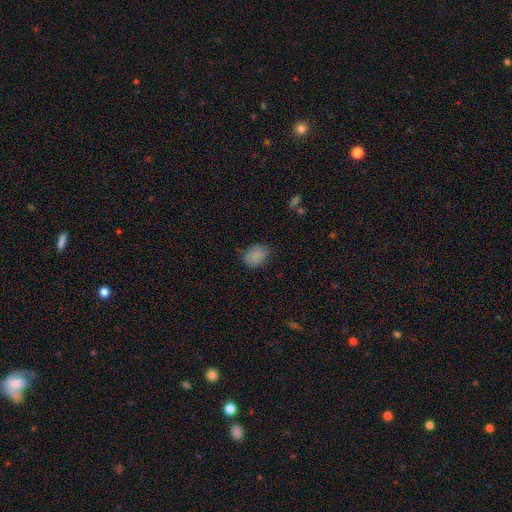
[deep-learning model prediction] A smooth galaxy with no disk features (83%) that is in between round and cigar-shaped (60%).

Vote fractions:
- Smooth or featured? smooth: 83% / star or artifact: 9% / featured or disk: 8%
- How rounded? in between: 60% / round: 39% / cigar-shaped: 1%
- Merging? none: 71% / minor disturbance: 23% / major disturbance: 5% / merger: 1%